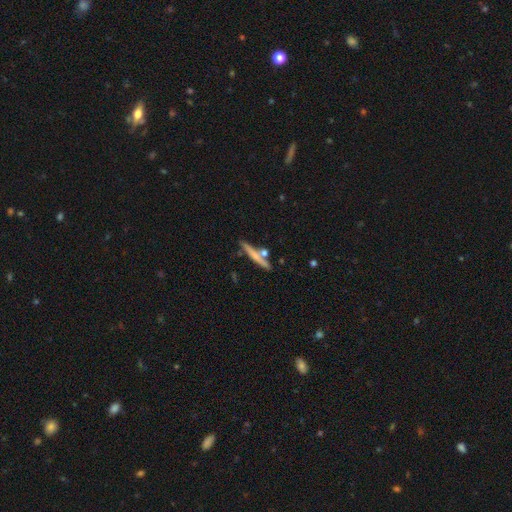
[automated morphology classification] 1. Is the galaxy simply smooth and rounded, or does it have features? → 54% smooth, 40% featured or disk, 7% star or artifact.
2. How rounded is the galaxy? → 92% cigar-shaped, 5% in between, 3% round.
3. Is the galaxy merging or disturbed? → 73% none, 12% merger, 11% minor disturbance, 3% major disturbance.